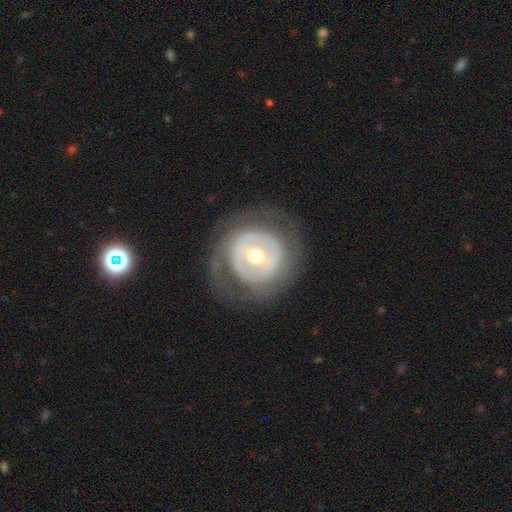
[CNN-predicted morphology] Smooth or featured? Predicted: featured or disk (p=0.73). Edge-on disk? Predicted: no (p=0.96). Bar? Predicted: weak (p=0.38). Spiral arms? Predicted: no (p=0.57). Bulge size? Predicted: moderate (p=0.59). Merging? Predicted: none (p=0.72).